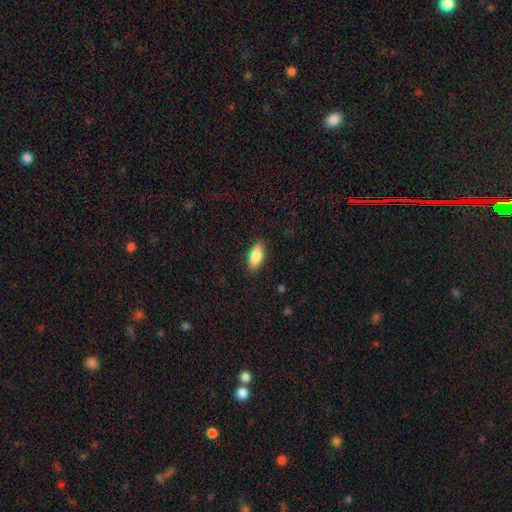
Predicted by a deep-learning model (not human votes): Smooth or featured: smooth — 82% (featured or disk — 12%)
How rounded: in between — 82% (cigar-shaped — 16%)
Merging: none — 86% (minor disturbance — 11%)